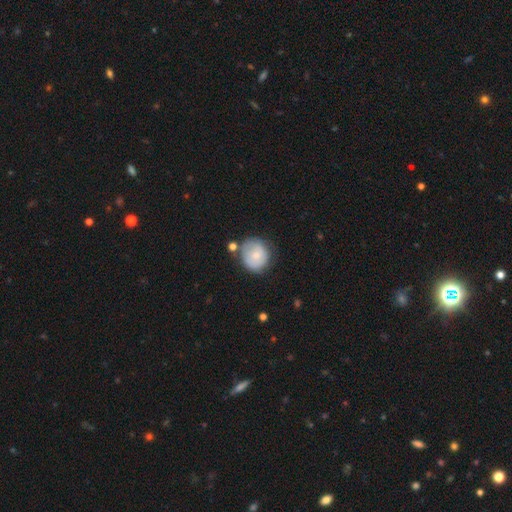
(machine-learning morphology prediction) smooth 71%, featured or disk 22%, star or artifact 7%. Down the decision tree: how rounded — round (82%); merging — none (58%).